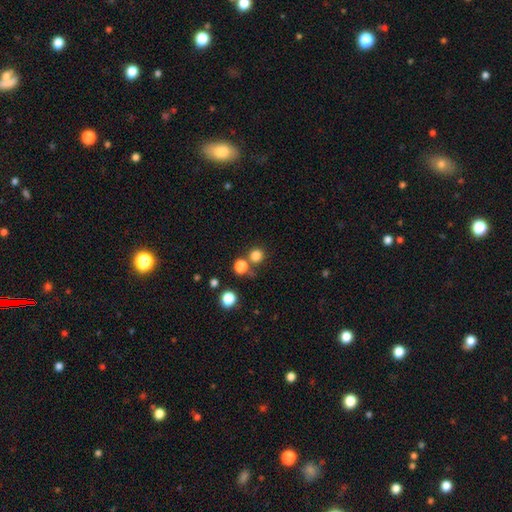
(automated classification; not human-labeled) Morphology: type=smooth (80%); roundness=round (92%); merging=none (71%).